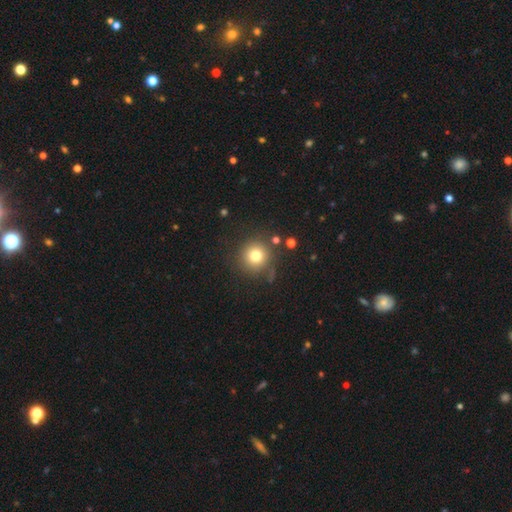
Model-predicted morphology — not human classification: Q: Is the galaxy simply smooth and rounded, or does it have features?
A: smooth — 77%.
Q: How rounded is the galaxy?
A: round — 93%.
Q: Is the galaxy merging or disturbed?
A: none — 81%.